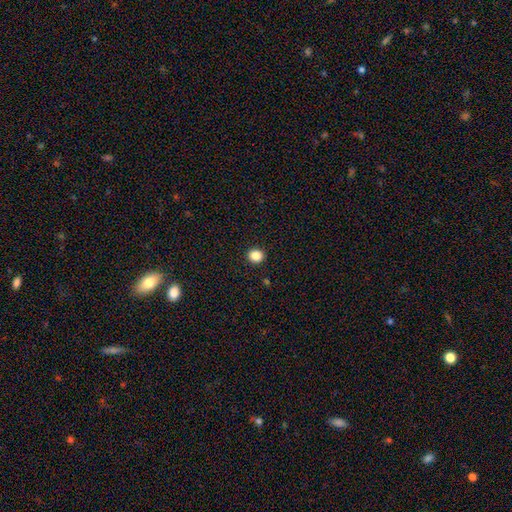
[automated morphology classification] This is clearly a smooth galaxy (85%). How rounded: clearly round (85%). Merging: clearly none (93%).